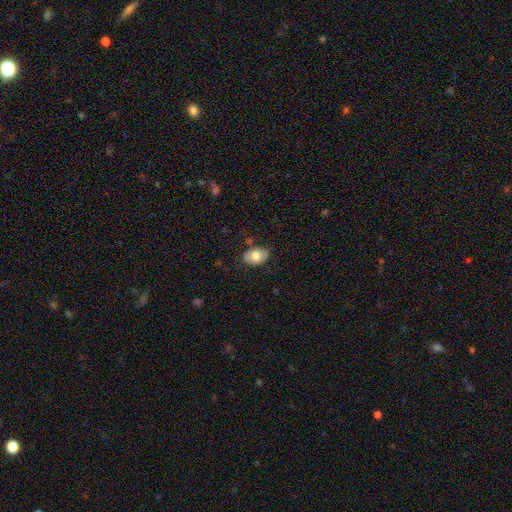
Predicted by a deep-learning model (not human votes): Smooth or featured? Predicted: smooth (p=0.69). How rounded? Predicted: in between (p=0.85). Merging? Predicted: none (p=0.79).